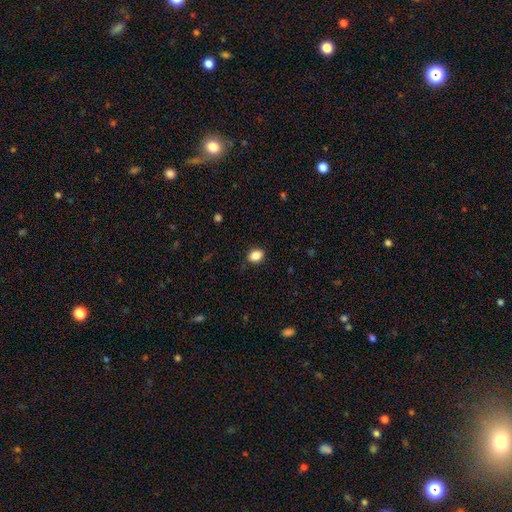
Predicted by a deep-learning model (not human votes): This is clearly a smooth galaxy (87%). How rounded: likely in between (64%). Merging: clearly none (84%).